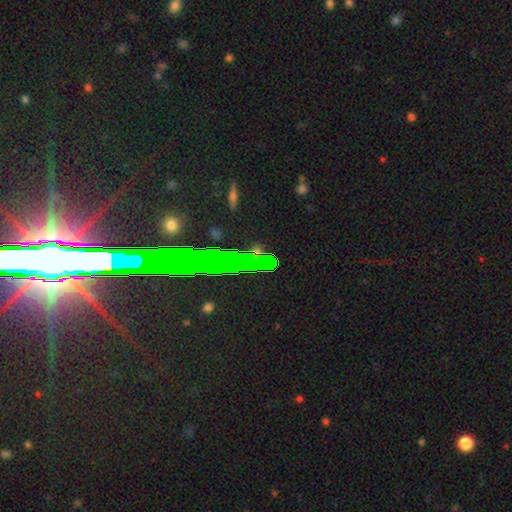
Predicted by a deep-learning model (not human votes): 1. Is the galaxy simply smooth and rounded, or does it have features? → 52% star or artifact, 27% smooth, 21% featured or disk.